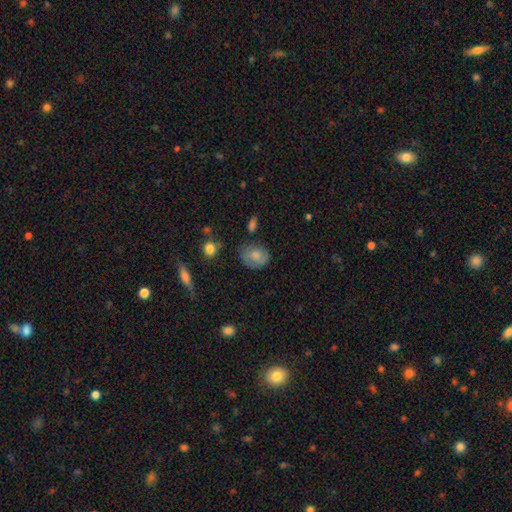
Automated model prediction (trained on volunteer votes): This appears to be a smooth galaxy with no disk features (71%) that is in between round and cigar-shaped (52%). Merging: none (64%).